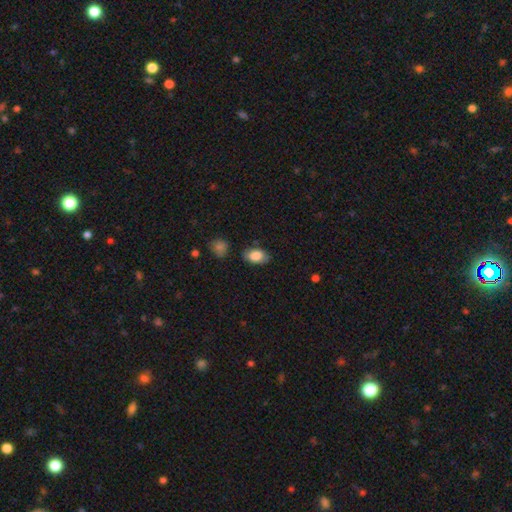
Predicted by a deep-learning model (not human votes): This appears to be a smooth galaxy with no disk features (83%) that is in between round and cigar-shaped (89%). Merging: none (81%).